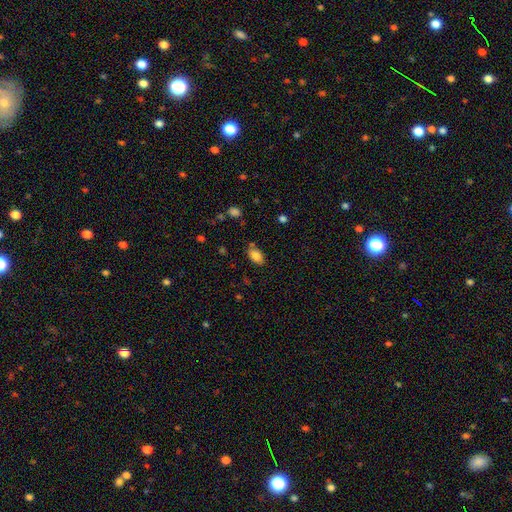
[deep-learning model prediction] A smooth galaxy with no disk features (84%) that is in between round and cigar-shaped (92%).

Vote fractions:
- Smooth or featured? smooth: 84% / star or artifact: 9% / featured or disk: 8%
- How rounded? in between: 92% / round: 6% / cigar-shaped: 3%
- Merging? none: 76% / minor disturbance: 16% / merger: 4% / major disturbance: 4%